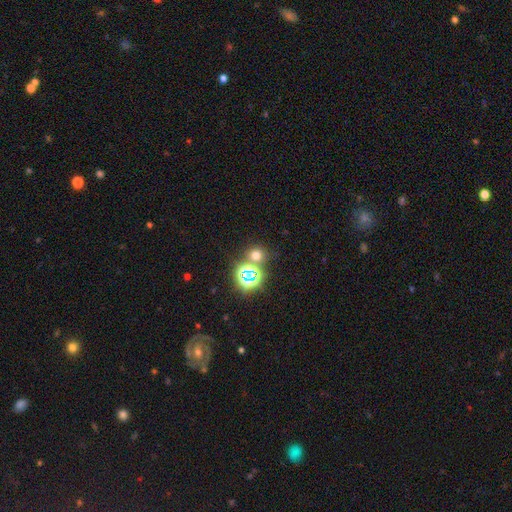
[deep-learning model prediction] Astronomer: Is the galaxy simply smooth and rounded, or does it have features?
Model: smooth — 56% (runner-up: star or artifact, 37%).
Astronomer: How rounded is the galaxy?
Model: round — 83%.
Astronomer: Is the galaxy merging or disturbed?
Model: none — 72%.